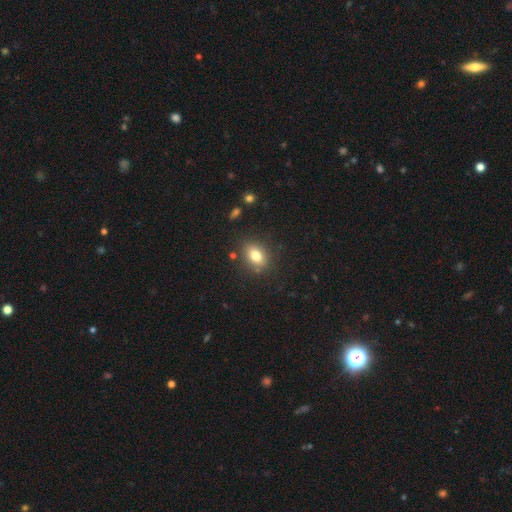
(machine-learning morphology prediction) type=smooth (79%); roundness=in between (72%); merging=none (83%).